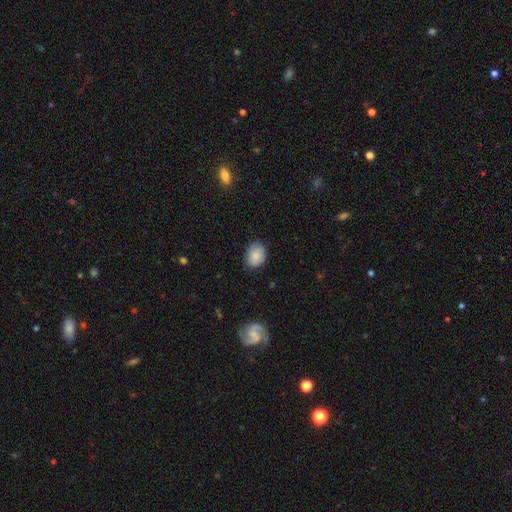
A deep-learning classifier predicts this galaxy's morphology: A smooth galaxy with no disk features (82%) that is in between round and cigar-shaped (68%).

Vote fractions:
- Smooth or featured? smooth: 82% / featured or disk: 11% / star or artifact: 7%
- How rounded? in between: 68% / round: 31% / cigar-shaped: 1%
- Merging? none: 73% / minor disturbance: 22% / major disturbance: 4% / merger: 1%